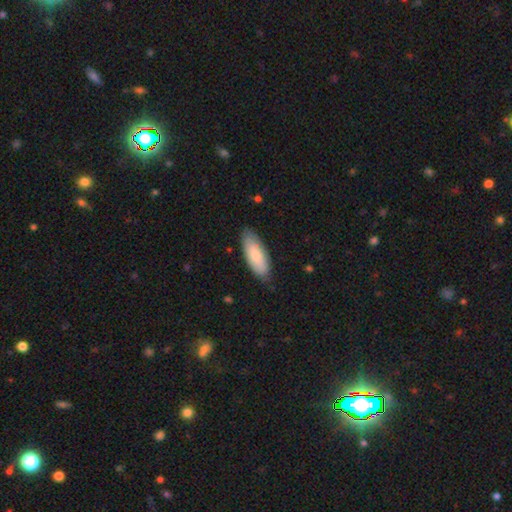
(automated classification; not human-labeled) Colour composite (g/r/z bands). It shows a smooth galaxy with no disk features (78%) that is in between round and cigar-shaped (76%). Merging: none (80%).